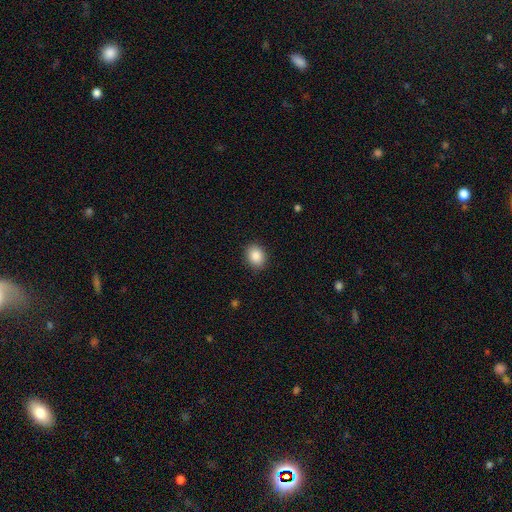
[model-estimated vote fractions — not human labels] This appears to be a smooth galaxy with no disk features (87%) that is in between round and cigar-shaped (50%, tied with round). Merging: none (89%).